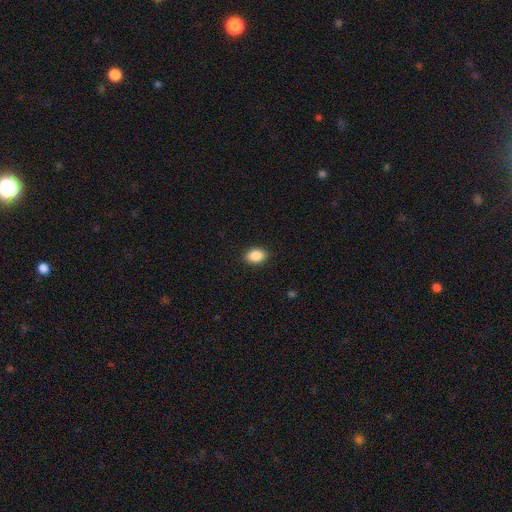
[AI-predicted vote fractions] A smooth galaxy with no disk features (89%) that is in between round and cigar-shaped (77%). Merging: none (89%).